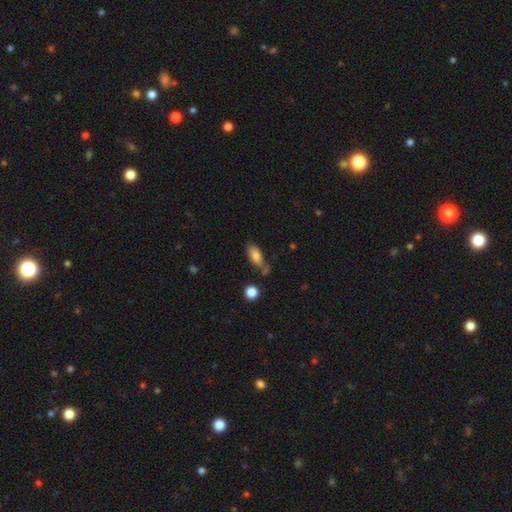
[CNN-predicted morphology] Smooth or featured? smooth (79%)
How rounded? in between (81%)
Merging? none (57%)